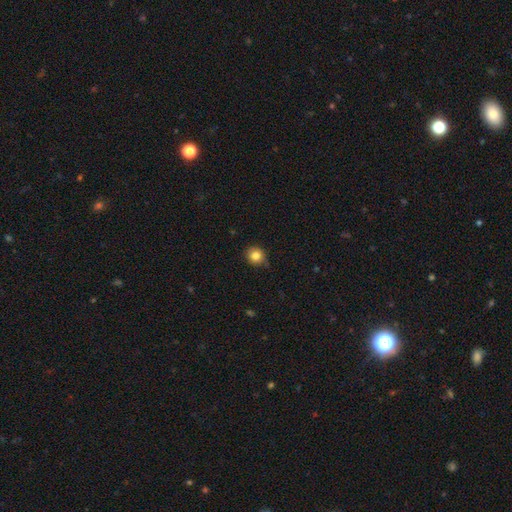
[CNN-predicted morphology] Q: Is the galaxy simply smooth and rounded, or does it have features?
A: smooth — 82%.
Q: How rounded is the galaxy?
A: round — 86%.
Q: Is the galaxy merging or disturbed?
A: none — 79%.